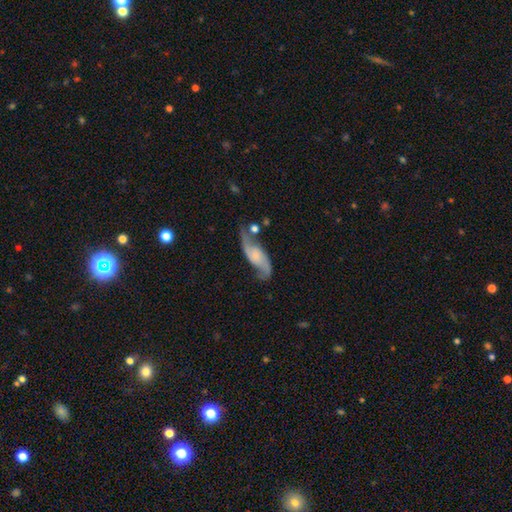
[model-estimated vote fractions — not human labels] Smooth or featured: featured or disk — 78% (smooth — 16%)
Edge-on disk: no — 92% (yes — 8%)
Bar: no — 59% (weak — 32%)
Spiral arms: yes — 94% (no — 6%)
Spiral winding: loose — 69% (medium — 24%)
Spiral arm count: 2 — 91% (can't tell — 4%)
Bulge size: small — 46% (moderate — 24%)
Merging: none — 59% (minor disturbance — 21%)